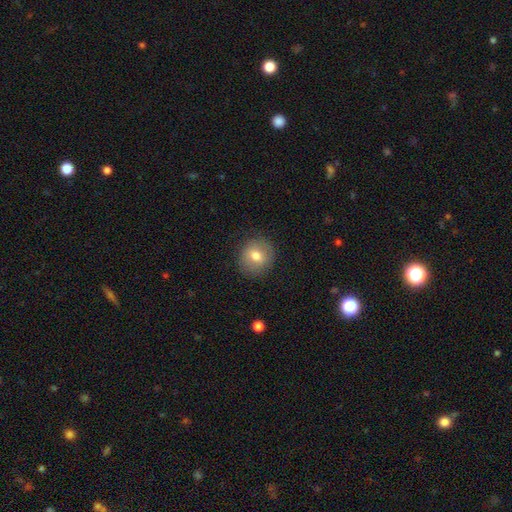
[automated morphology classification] A smooth galaxy with no disk features (73%) that is round (86%).

Vote fractions:
- Smooth or featured? smooth: 73% / featured or disk: 18% / star or artifact: 9%
- How rounded? round: 86% / in between: 13% / cigar-shaped: 1%
- Merging? none: 85% / minor disturbance: 10% / major disturbance: 3% / merger: 1%